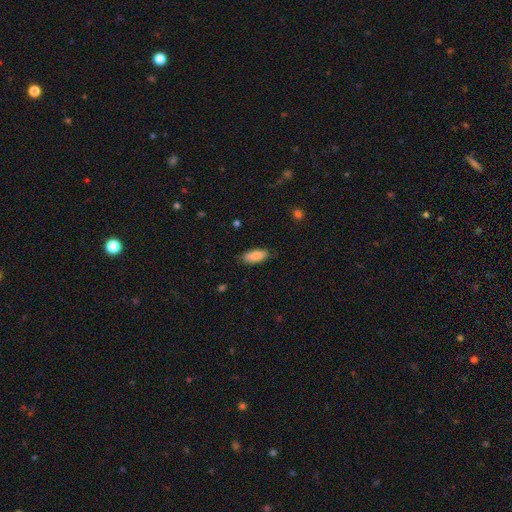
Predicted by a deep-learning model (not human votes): smooth-or-featured: smooth: 85% | featured or disk: 8% | star or artifact: 6%
  how-rounded: in between: 84% | cigar-shaped: 15% | round: 2%
  merging: none: 81% | minor disturbance: 15% | major disturbance: 3% | merger: 1%